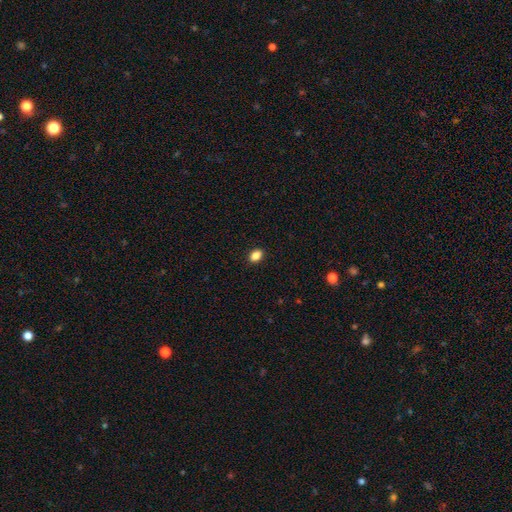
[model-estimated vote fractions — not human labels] Smooth or featured?
  - smooth: 86% *
  - star or artifact: 10%
  - featured or disk: 4%
How rounded?
  - in between: 74% *
  - round: 25%
  - cigar-shaped: 1%
Merging?
  - none: 90% *
  - minor disturbance: 7%
  - major disturbance: 2%
  - merger: 1%